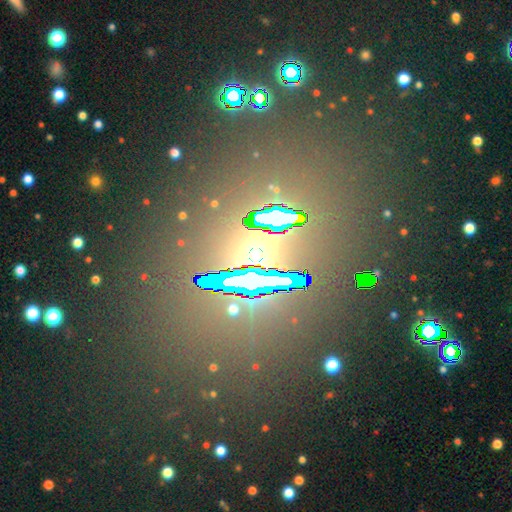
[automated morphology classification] A star or artifact, not a galaxy (74%).

Vote fractions:
- Smooth or featured? star or artifact: 74% / smooth: 16% / featured or disk: 10%